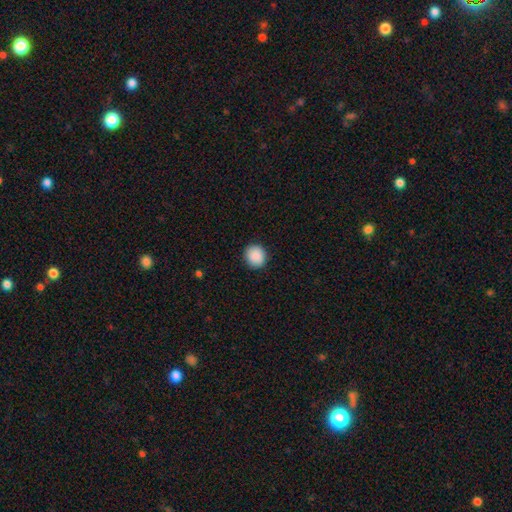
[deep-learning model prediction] Smooth or featured?
  - smooth: 90% *
  - star or artifact: 8%
  - featured or disk: 3%
How rounded?
  - round: 86% *
  - in between: 13%
  - cigar-shaped: 1%
Merging?
  - none: 91% *
  - minor disturbance: 6%
  - major disturbance: 2%
  - merger: 1%